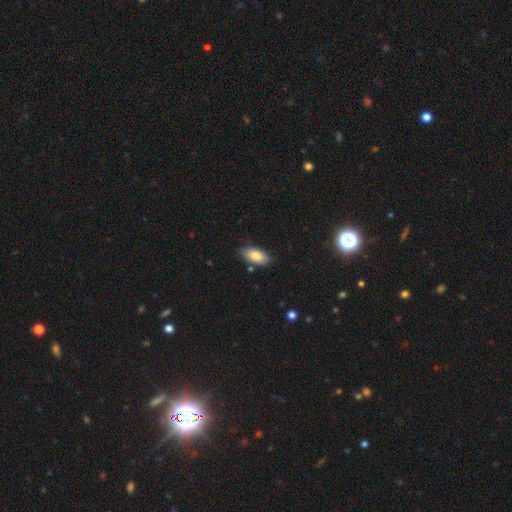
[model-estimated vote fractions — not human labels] Smooth or featured: smooth — 83% (featured or disk — 10%)
How rounded: in between — 91% (cigar-shaped — 7%)
Merging: none — 78% (minor disturbance — 16%)